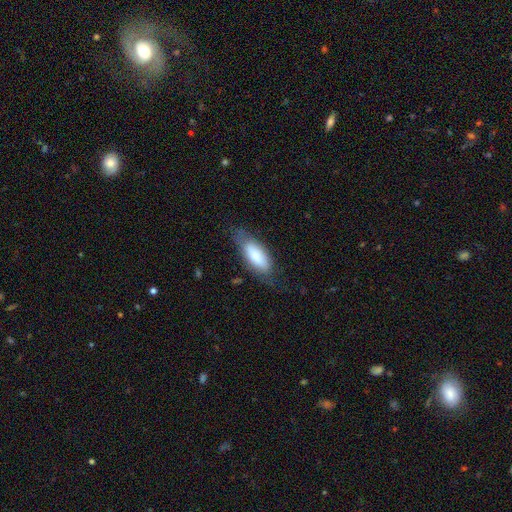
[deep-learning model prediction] Smooth or featured?
  - smooth: 78% *
  - featured or disk: 16%
  - star or artifact: 6%
How rounded?
  - in between: 78% *
  - cigar-shaped: 20%
  - round: 2%
Merging?
  - none: 62% *
  - minor disturbance: 26%
  - major disturbance: 10%
  - merger: 2%